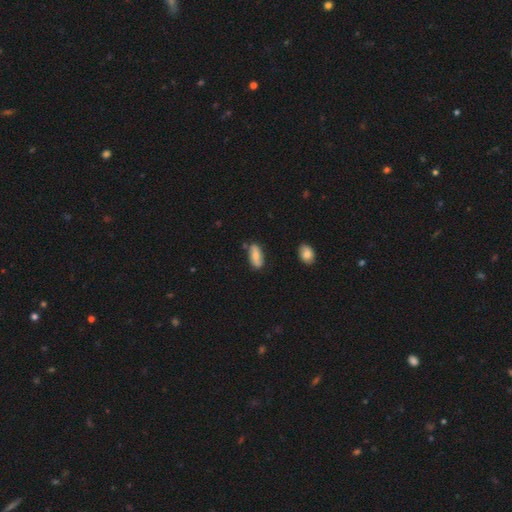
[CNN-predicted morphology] This appears to be a smooth galaxy with no disk features (65%) that is in between round and cigar-shaped (84%). Merging: none (76%).